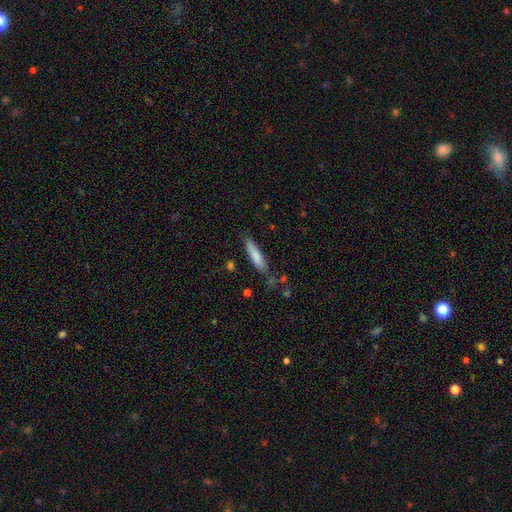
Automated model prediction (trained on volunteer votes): Smooth or featured: smooth — 78% (featured or disk — 16%)
How rounded: cigar-shaped — 81% (in between — 17%)
Merging: none — 77% (minor disturbance — 17%)